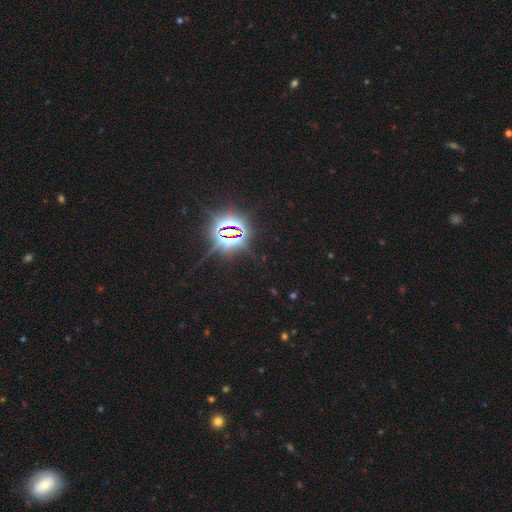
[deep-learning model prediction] Smooth or featured: star or artifact — 85% (smooth — 9%)